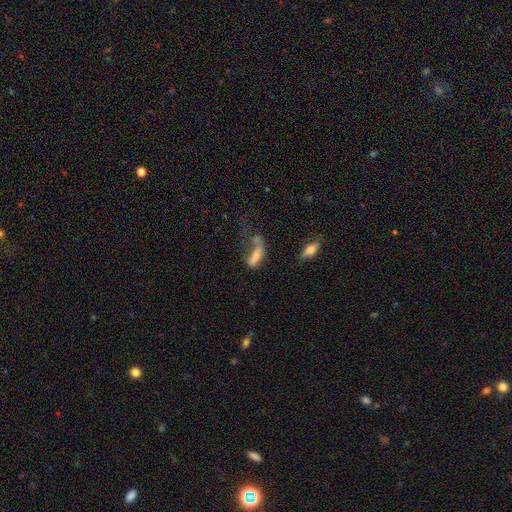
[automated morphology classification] A smooth galaxy with no disk features (47%).

Vote fractions:
- Smooth or featured? smooth: 47% / featured or disk: 39% / star or artifact: 14%
- Merging? major disturbance: 44% / none: 21% / merger: 18% / minor disturbance: 16%